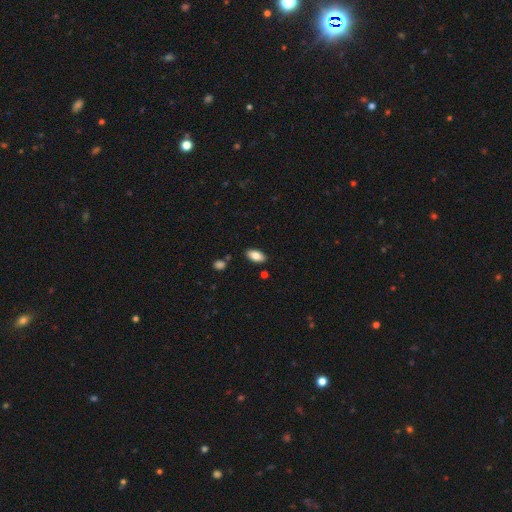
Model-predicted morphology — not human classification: Smooth or featured?
  - smooth: 84% *
  - featured or disk: 9%
  - star or artifact: 7%
How rounded?
  - in between: 92% *
  - cigar-shaped: 5%
  - round: 2%
Merging?
  - none: 86% *
  - minor disturbance: 9%
  - merger: 2%
  - major disturbance: 2%